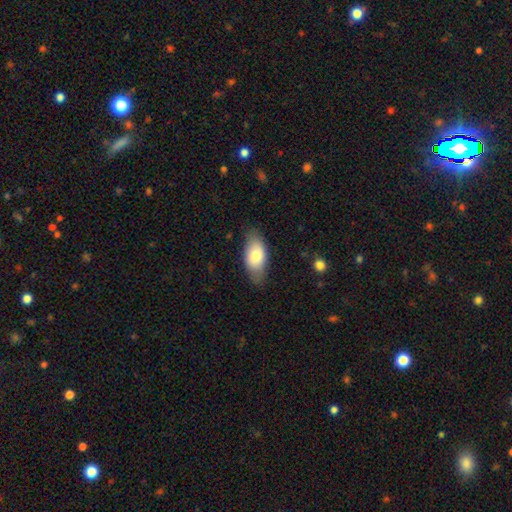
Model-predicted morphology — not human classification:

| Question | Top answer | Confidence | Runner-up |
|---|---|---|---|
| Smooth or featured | smooth | 76% | featured or disk (18%) |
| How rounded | in between | 90% | cigar-shaped (5%) |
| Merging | none | 75% | minor disturbance (19%) |